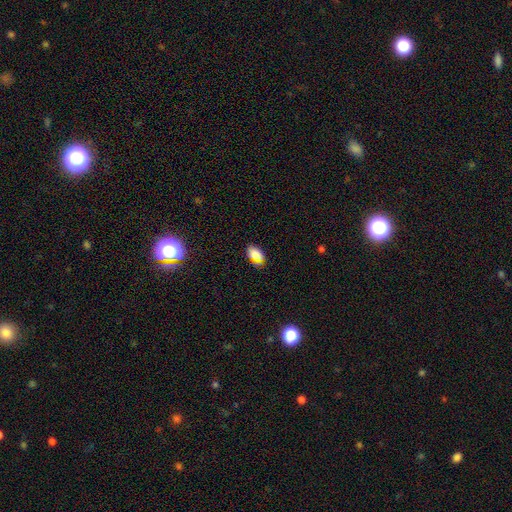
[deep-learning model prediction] This is likely a smooth galaxy (77%). How rounded: clearly in between (91%). Merging: likely none (75%).